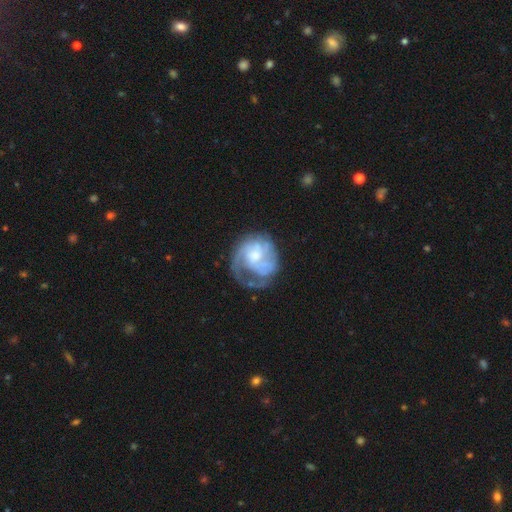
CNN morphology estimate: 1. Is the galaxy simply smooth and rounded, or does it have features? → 74% featured or disk, 19% smooth, 7% star or artifact.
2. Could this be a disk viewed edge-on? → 98% no, 2% yes.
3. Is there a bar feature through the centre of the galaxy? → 69% no, 27% weak, 4% strong.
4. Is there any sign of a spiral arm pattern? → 86% yes, 14% no.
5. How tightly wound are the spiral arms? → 45% tight, 36% medium, 19% loose.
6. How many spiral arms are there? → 33% can't tell, 26% 2, 19% 1, 13% 3, 5% 4, 4% more than 4.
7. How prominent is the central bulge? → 42% moderate, 35% small, 11% large, 10% none, 2% dominant.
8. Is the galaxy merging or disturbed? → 46% none, 29% major disturbance, 21% minor disturbance, 3% merger.